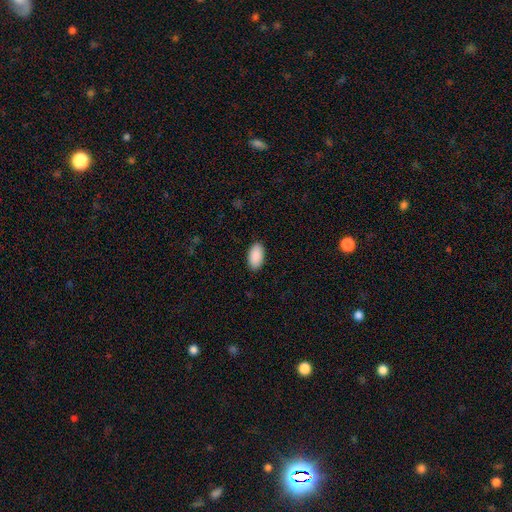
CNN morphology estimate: Smooth or featured? smooth (91%)
How rounded? in between (96%)
Merging? none (90%)